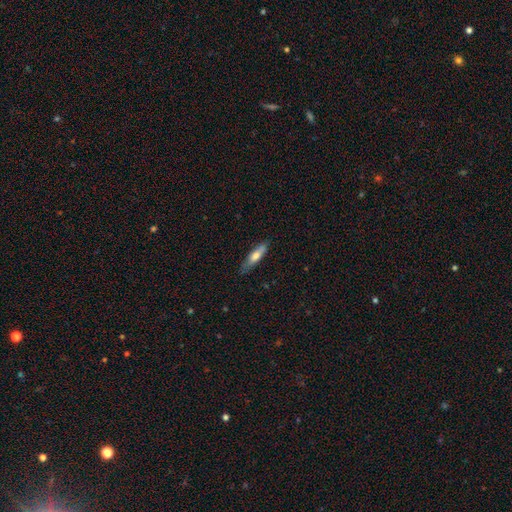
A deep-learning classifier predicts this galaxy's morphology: type=smooth (63%); roundness=cigar-shaped (71%); merging=none (74%).